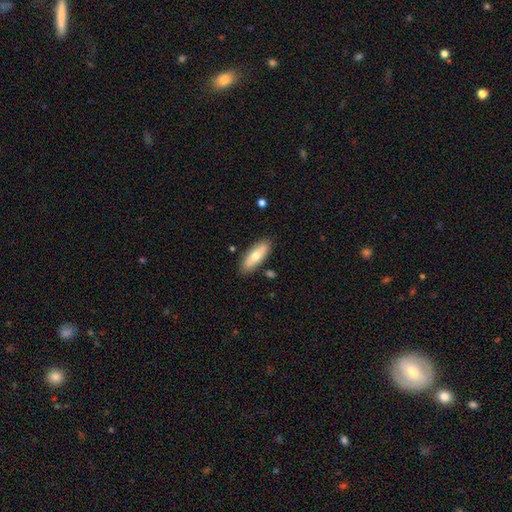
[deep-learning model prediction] Q: Smooth or featured?
A: smooth (67%); runner-up: featured or disk (27%)
Q: How rounded?
A: in between (66%); runner-up: cigar-shaped (31%)
Q: Merging?
A: none (84%); runner-up: minor disturbance (11%)